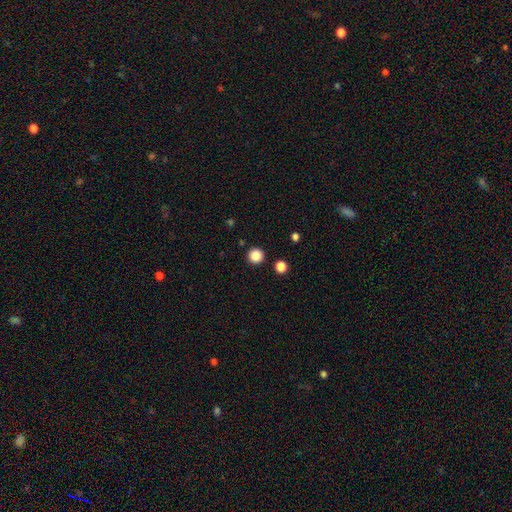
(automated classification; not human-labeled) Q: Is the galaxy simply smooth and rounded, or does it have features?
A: smooth — 86%.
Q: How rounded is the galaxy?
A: round — 95%.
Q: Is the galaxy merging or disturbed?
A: none — 91%.